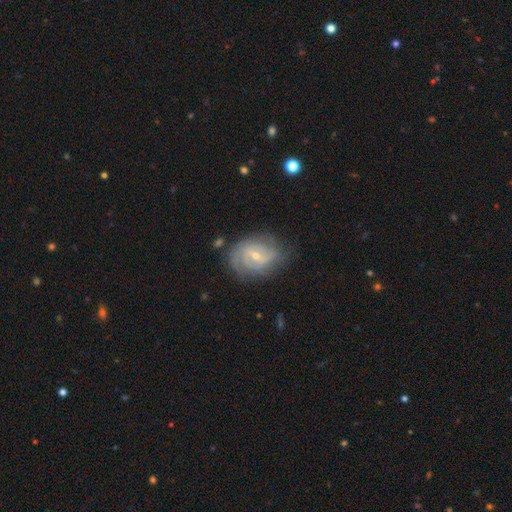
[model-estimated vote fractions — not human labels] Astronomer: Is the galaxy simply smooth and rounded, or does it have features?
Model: featured or disk — 80%.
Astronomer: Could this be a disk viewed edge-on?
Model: no — 97%.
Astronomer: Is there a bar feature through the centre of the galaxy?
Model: weak — 51% (runner-up: no, 35%).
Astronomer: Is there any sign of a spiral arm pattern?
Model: yes — 91%.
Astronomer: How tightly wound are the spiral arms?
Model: tight — 58%.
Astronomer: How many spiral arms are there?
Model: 2 — 38% (runner-up: can't tell, 33%).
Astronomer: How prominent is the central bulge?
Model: small — 63%.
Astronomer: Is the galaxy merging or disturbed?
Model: none — 70%.